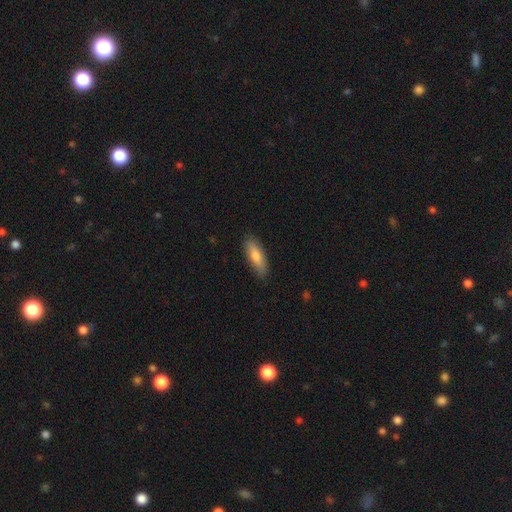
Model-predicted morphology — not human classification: smooth 76%, featured or disk 18%, star or artifact 6%. Down the decision tree: how rounded — in between (52%); merging — none (86%).